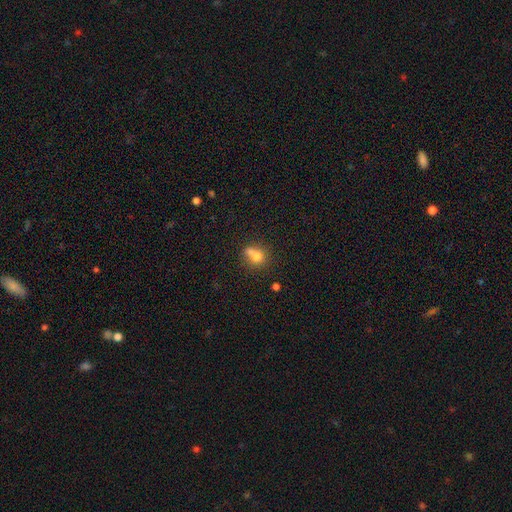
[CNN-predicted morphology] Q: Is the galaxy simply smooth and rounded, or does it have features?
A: smooth — 73%.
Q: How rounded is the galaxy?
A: round — 71%.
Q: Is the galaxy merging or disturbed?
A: merger — 43%.